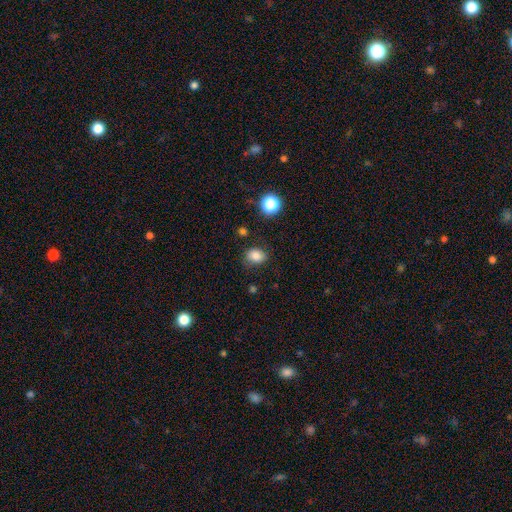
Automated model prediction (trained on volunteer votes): A smooth galaxy with no disk features (82%) that is in between round and cigar-shaped (51%).

Vote fractions:
- Smooth or featured? smooth: 82% / star or artifact: 12% / featured or disk: 6%
- How rounded? in between: 51% / round: 48% / cigar-shaped: 1%
- Merging? none: 78% / minor disturbance: 15% / major disturbance: 4% / merger: 2%